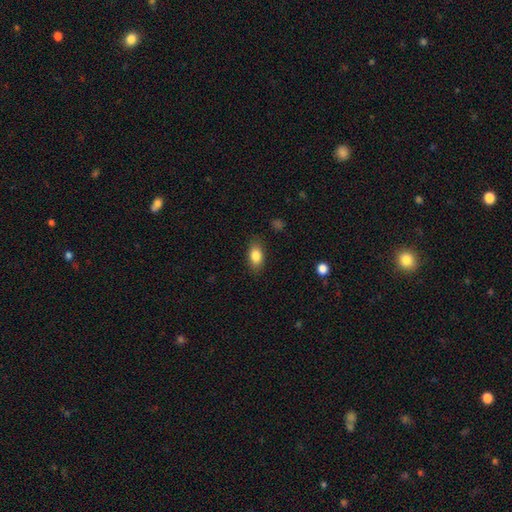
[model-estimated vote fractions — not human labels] smooth 84%, star or artifact 8%, featured or disk 8%. Down the decision tree: how rounded — in between (88%); merging — none (85%).